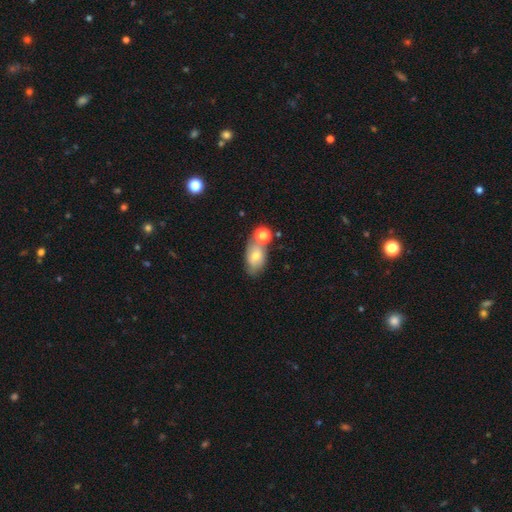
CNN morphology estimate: A smooth galaxy with no disk features (66%) that is in between round and cigar-shaped (85%).

Vote fractions:
- Smooth or featured? smooth: 66% / featured or disk: 24% / star or artifact: 10%
- How rounded? in between: 85% / round: 13% / cigar-shaped: 2%
- Merging? none: 47% / merger: 30% / minor disturbance: 17% / major disturbance: 6%